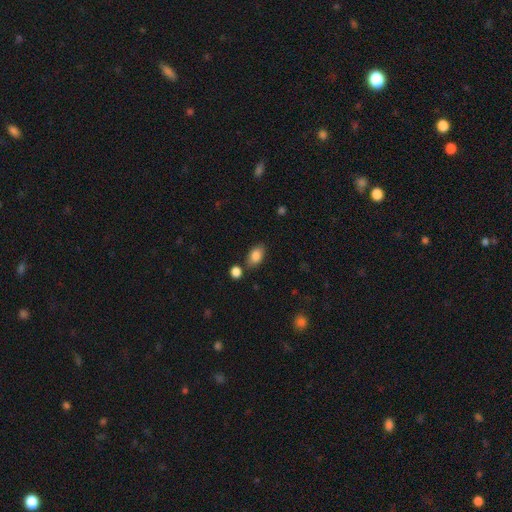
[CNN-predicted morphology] Smooth or featured: smooth — 85% (star or artifact — 8%)
How rounded: in between — 88% (round — 10%)
Merging: none — 76% (minor disturbance — 13%)